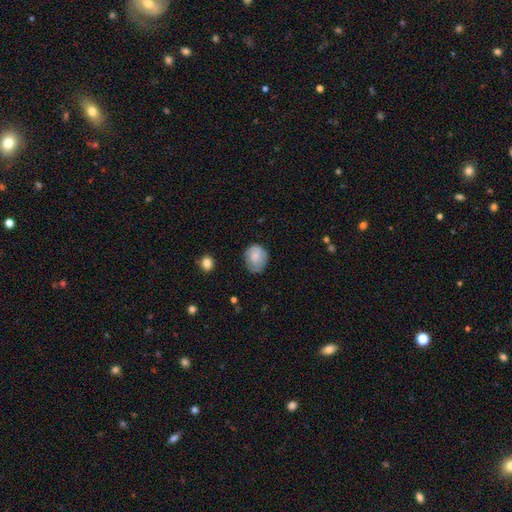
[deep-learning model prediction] A smooth galaxy with no disk features (73%) that is round (60%).

Vote fractions:
- Smooth or featured? smooth: 73% / featured or disk: 19% / star or artifact: 7%
- How rounded? round: 60% / in between: 39% / cigar-shaped: 1%
- Merging? none: 63% / minor disturbance: 28% / major disturbance: 8% / merger: 1%